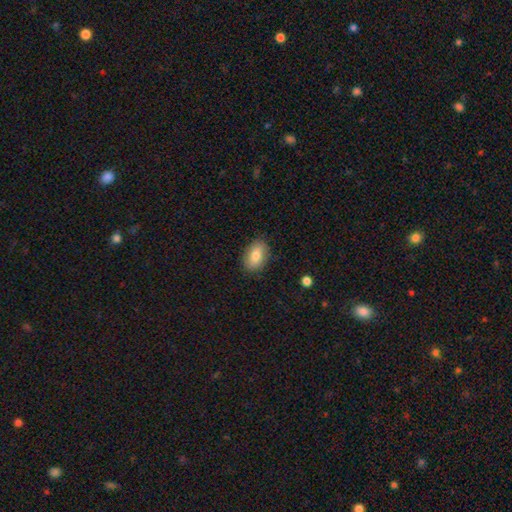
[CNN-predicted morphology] The model was most divided on "smooth or featured": smooth: 80%, featured or disk: 13%, star or artifact: 7%. More confident: how rounded — in between (89%); merging — none (86%).